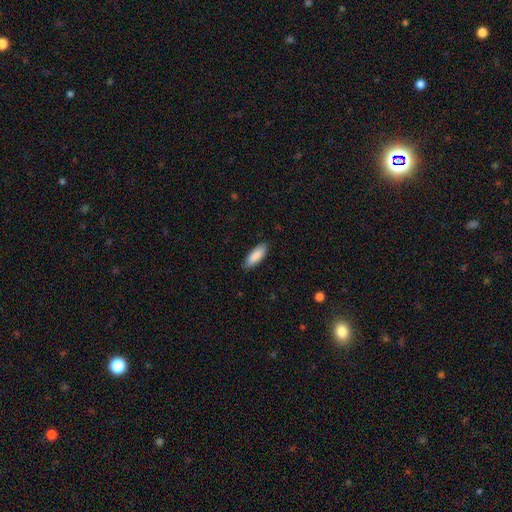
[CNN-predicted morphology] Smooth or featured? Predicted: smooth (p=0.89). How rounded? Predicted: in between (p=0.67). Merging? Predicted: none (p=0.88).